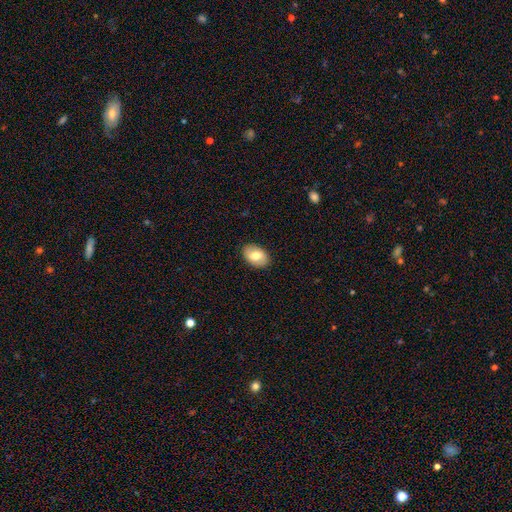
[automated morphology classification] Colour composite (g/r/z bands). It shows a smooth galaxy with no disk features (73%) that is in between round and cigar-shaped (86%). Merging: none (89%).